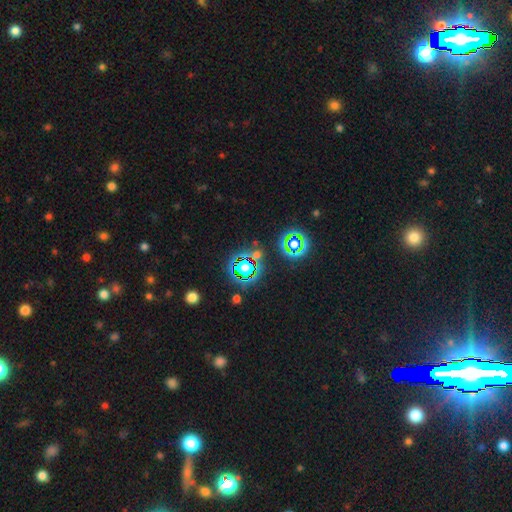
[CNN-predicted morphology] Smooth or featured: star or artifact — 72% (smooth — 18%)